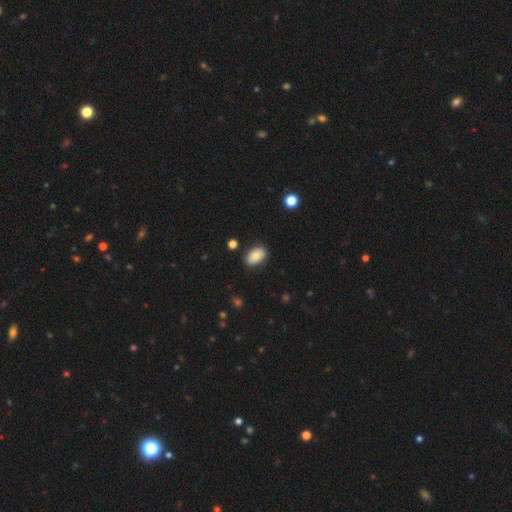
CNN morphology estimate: The model was most divided on "smooth or featured": smooth: 81%, featured or disk: 12%, star or artifact: 8%. More confident: how rounded — in between (90%); merging — none (84%).